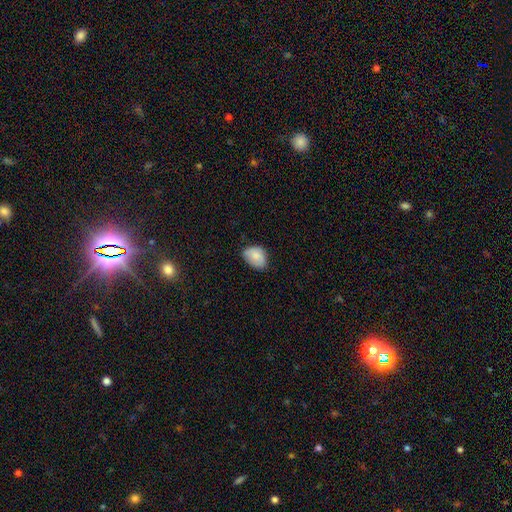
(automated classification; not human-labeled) This is likely a smooth galaxy (80%). How rounded: likely in between (72%). Merging: likely none (61%).